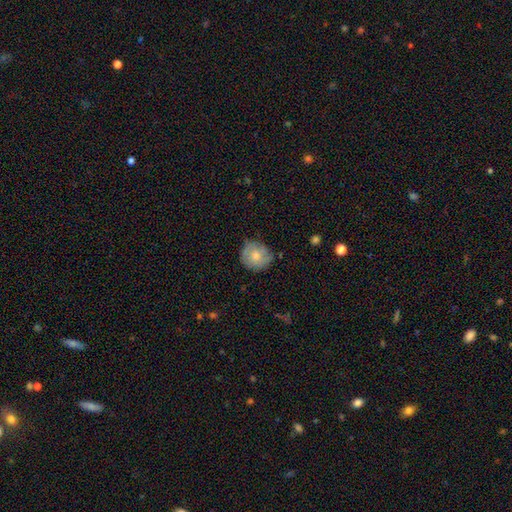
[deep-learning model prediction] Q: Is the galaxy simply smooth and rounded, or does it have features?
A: smooth — 61%.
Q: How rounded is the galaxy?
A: round — 86%.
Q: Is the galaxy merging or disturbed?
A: none — 72%.